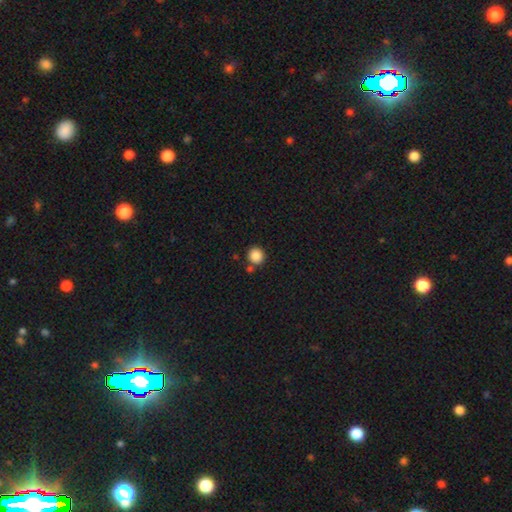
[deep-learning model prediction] This appears to be a smooth galaxy with no disk features (87%) that is round (92%). Merging: none (78%).